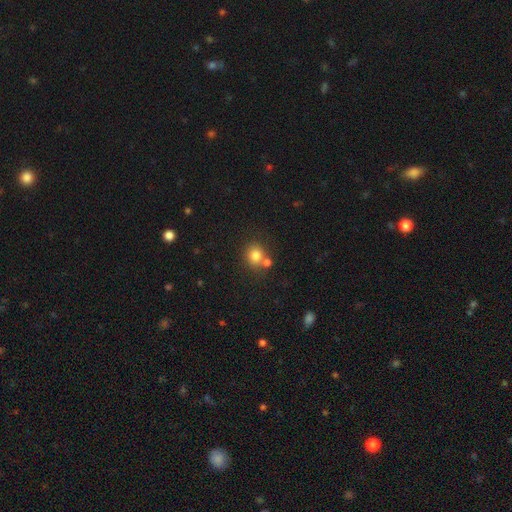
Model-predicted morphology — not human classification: Smooth or featured? smooth (80%)
How rounded? round (83%)
Merging? none (60%)